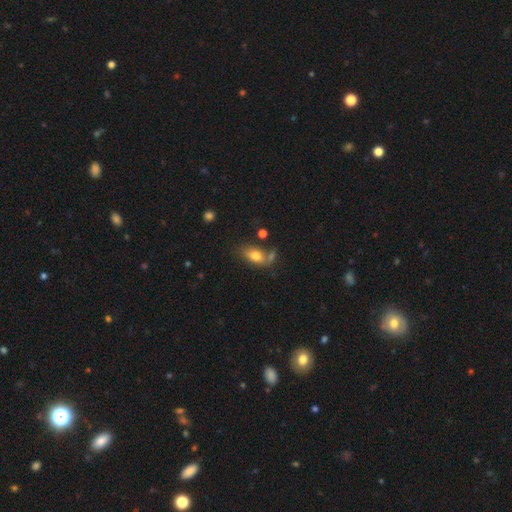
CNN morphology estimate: Smooth or featured? Predicted: smooth (p=0.76). How rounded? Predicted: in between (p=0.87). Merging? Predicted: none (p=0.56).